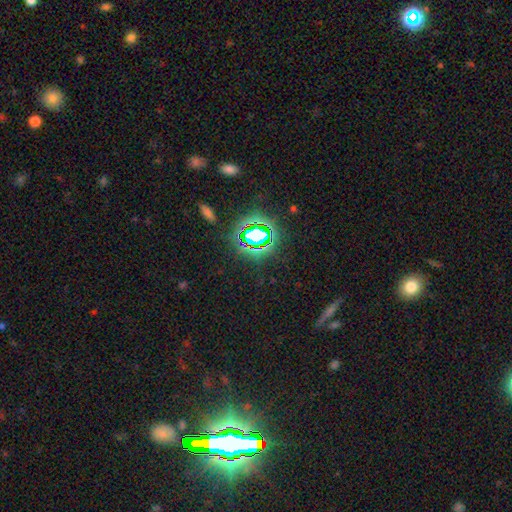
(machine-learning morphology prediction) Smooth or featured? star or artifact (77%)